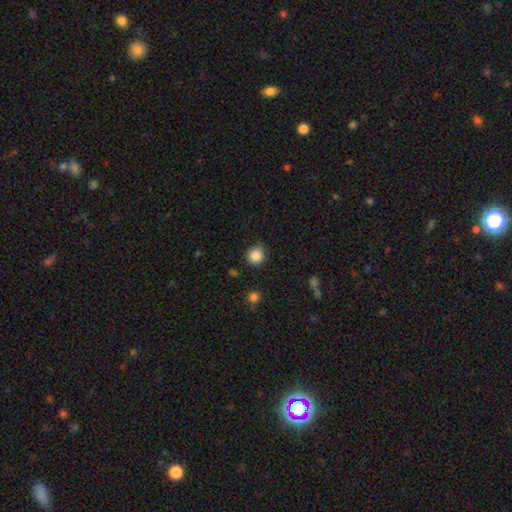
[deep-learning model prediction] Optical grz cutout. It shows a smooth galaxy with no disk features (87%) that is round (91%). Merging: none (87%).